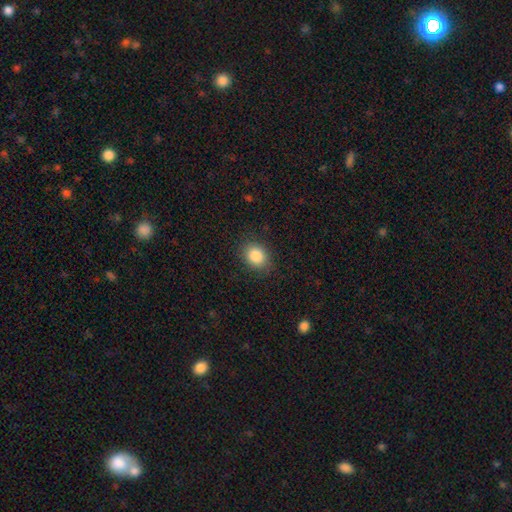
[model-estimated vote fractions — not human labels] Overall: smooth (85%). How rounded: in between (51%; round 48%). Merging: none (85%).